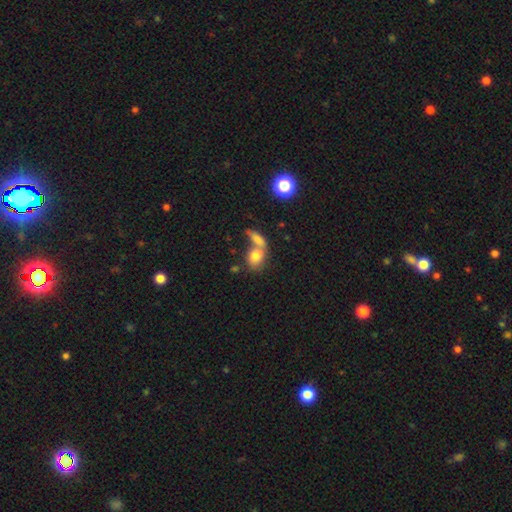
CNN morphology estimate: smooth_or_featured: smooth (p=0.77) [alt: featured or disk p=0.14]
how_rounded: in between (p=0.68) [alt: round p=0.28]
merging: merger (p=0.57) [alt: none p=0.29]